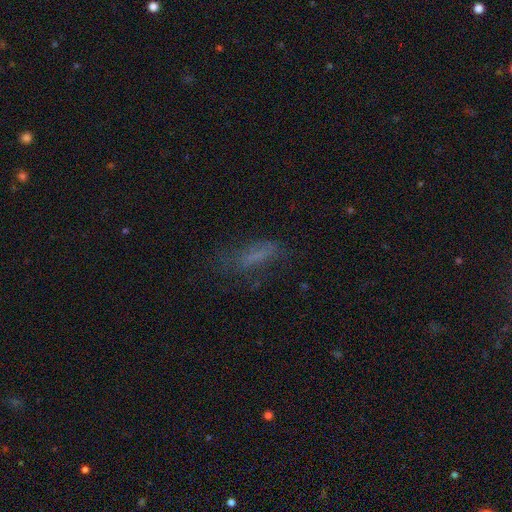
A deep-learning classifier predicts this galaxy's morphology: smooth-or-featured: smooth: 57% | featured or disk: 26% | star or artifact: 18%
  how-rounded: cigar-shaped: 59% | in between: 39% | round: 3%
  merging: none: 55% | minor disturbance: 24% | major disturbance: 19% | merger: 2%